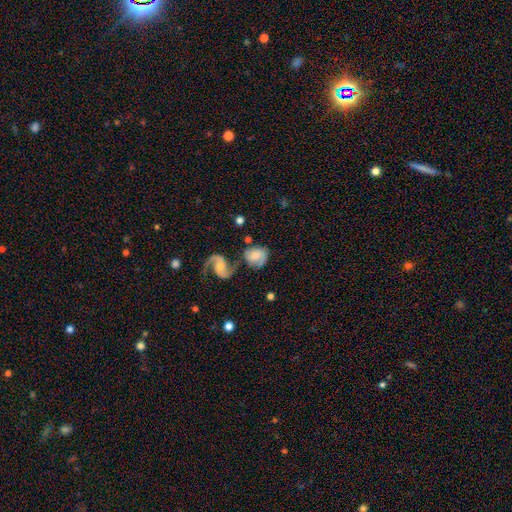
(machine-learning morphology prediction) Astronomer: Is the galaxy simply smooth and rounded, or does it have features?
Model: featured or disk — 59%.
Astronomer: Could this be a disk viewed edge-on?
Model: no — 97%.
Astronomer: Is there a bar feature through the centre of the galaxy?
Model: no — 57% (runner-up: weak, 35%).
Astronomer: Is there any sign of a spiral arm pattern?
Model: yes — 90%.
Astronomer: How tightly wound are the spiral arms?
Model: medium — 47% (runner-up: loose, 36%).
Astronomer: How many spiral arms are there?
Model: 2 — 78%.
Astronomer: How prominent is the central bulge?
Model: small — 38%, tied with moderate at 38%.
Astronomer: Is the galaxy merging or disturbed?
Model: none — 38% (runner-up: merger, 32%).